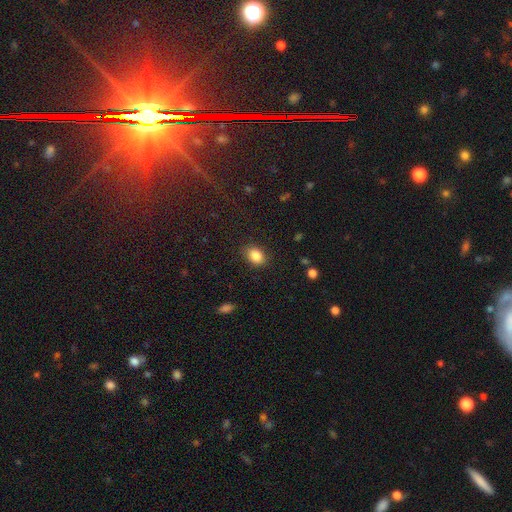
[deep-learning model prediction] smooth 86%, star or artifact 9%, featured or disk 5%. Down the decision tree: how rounded — in between (73%); merging — none (86%).